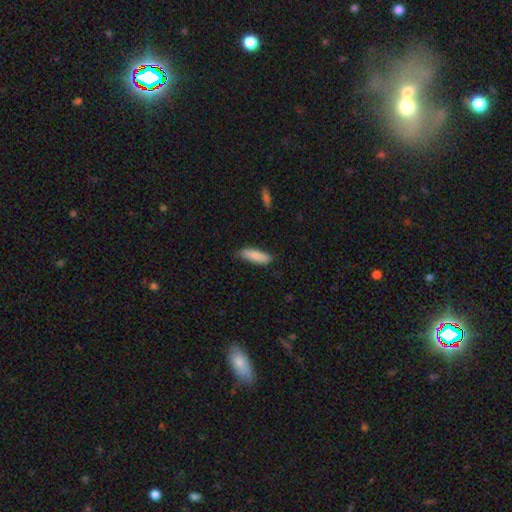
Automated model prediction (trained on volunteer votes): smooth-or-featured: smooth: 85% | featured or disk: 9% | star or artifact: 6%
  how-rounded: cigar-shaped: 51% | in between: 48% | round: 2%
  merging: none: 79% | minor disturbance: 17% | major disturbance: 3% | merger: 1%